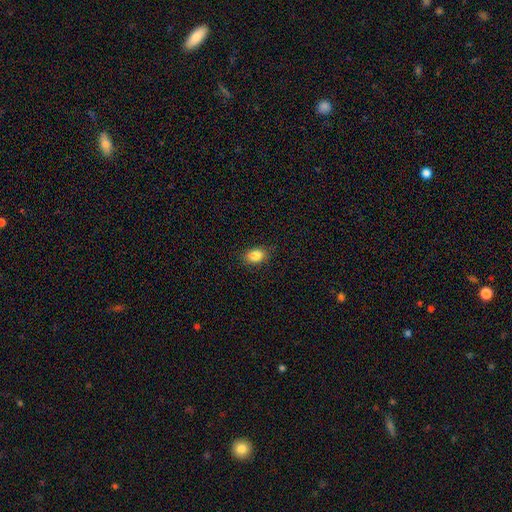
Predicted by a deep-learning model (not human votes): A smooth galaxy with no disk features (86%) that is in between round and cigar-shaped (79%).

Vote fractions:
- Smooth or featured? smooth: 86% / star or artifact: 9% / featured or disk: 5%
- How rounded? in between: 79% / round: 19% / cigar-shaped: 2%
- Merging? none: 85% / minor disturbance: 11% / major disturbance: 3% / merger: 1%